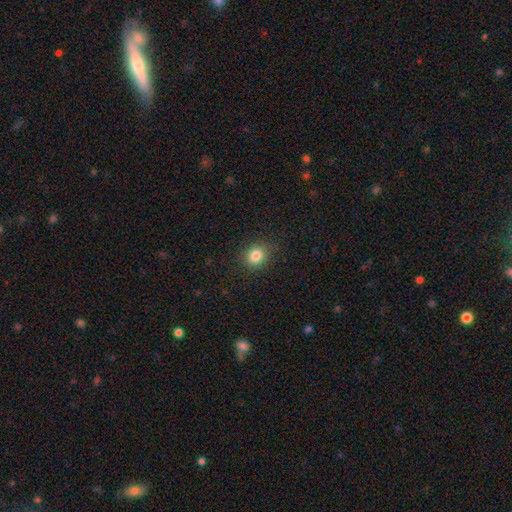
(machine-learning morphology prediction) Smooth or featured?
  - smooth: 83% *
  - star or artifact: 11%
  - featured or disk: 6%
How rounded?
  - round: 68% *
  - in between: 31%
  - cigar-shaped: 1%
Merging?
  - none: 85% *
  - minor disturbance: 10%
  - major disturbance: 3%
  - merger: 1%